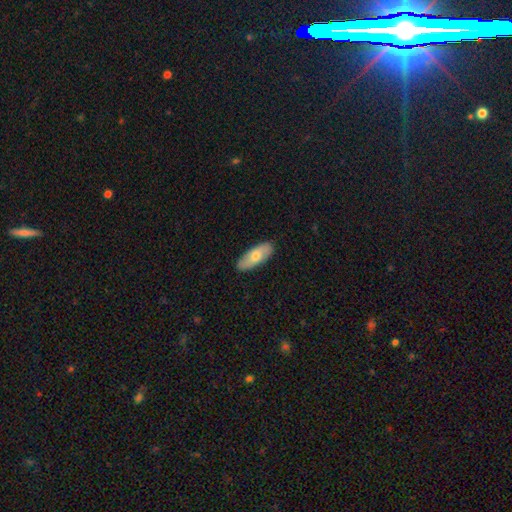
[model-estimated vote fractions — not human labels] This is likely a smooth galaxy (67%). How rounded: likely in between (75%). Merging: clearly none (88%).